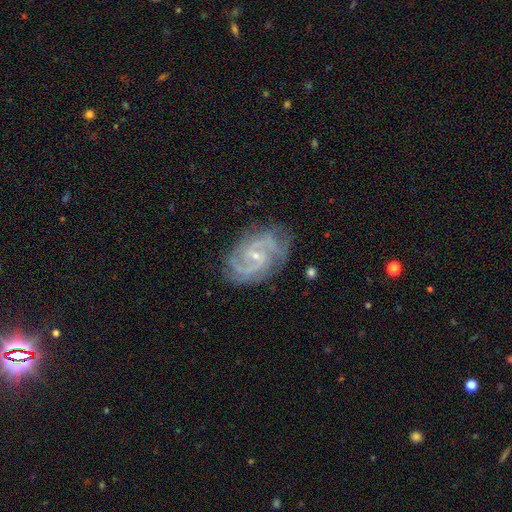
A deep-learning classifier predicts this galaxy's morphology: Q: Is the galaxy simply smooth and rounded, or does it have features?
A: featured or disk — 90%.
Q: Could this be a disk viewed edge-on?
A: no — 98%.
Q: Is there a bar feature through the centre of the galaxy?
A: no — 47%.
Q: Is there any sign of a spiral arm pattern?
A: yes — 98%.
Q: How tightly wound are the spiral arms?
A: medium — 47%.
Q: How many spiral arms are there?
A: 2 — 58%.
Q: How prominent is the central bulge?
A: small — 78%.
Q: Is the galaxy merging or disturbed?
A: none — 77%.